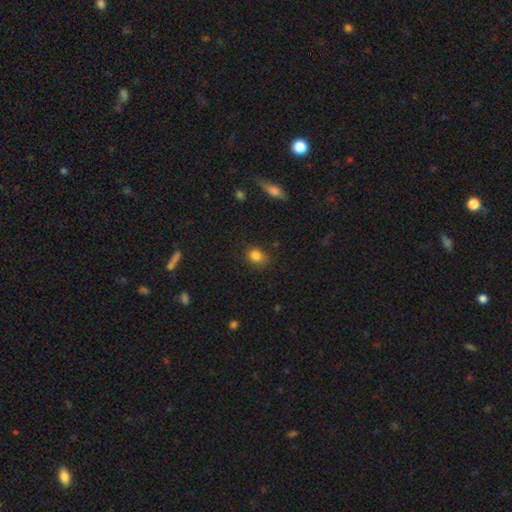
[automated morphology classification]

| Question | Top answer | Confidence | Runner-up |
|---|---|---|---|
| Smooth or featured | smooth | 83% | star or artifact (11%) |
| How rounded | round | 56% | in between (43%) |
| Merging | none | 76% | minor disturbance (18%) |